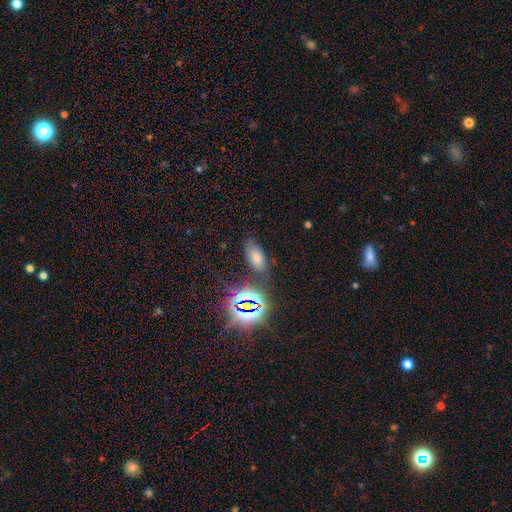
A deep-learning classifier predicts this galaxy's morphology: smooth_or_featured: smooth (p=0.49) [alt: star or artifact p=0.39]
merging: none (p=0.76) [alt: minor disturbance p=0.14]